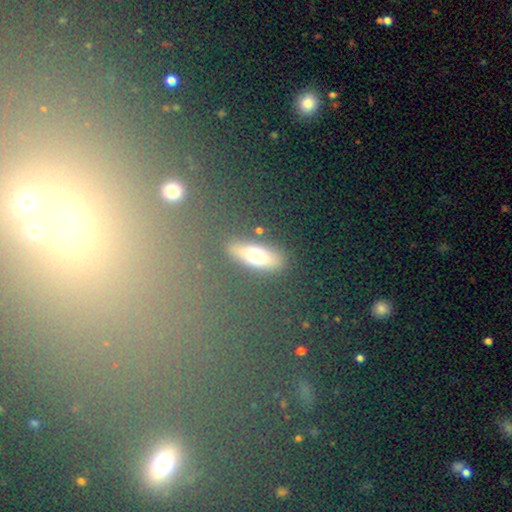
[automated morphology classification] This appears to be a smooth galaxy with no disk features (63%) that is in between round and cigar-shaped (57%). Merging: none (82%).